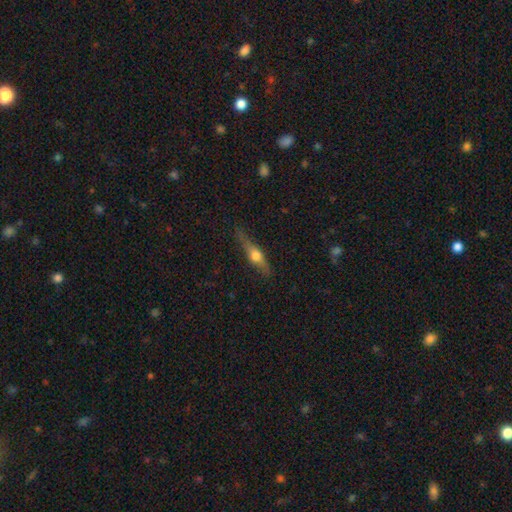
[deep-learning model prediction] Smooth or featured?
  - featured or disk: 56% *
  - smooth: 37%
  - star or artifact: 7%
Edge-on disk?
  - yes: 93% *
  - no: 7%
Edge-on bulge?
  - rounded: 94% *
  - boxy: 4%
  - none: 2%
Merging?
  - none: 77% *
  - minor disturbance: 17%
  - major disturbance: 4%
  - merger: 2%